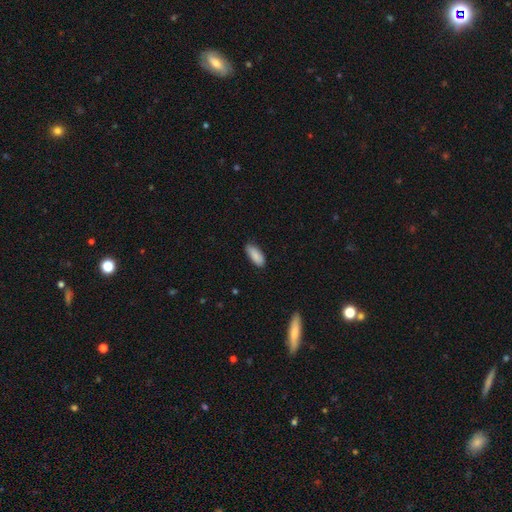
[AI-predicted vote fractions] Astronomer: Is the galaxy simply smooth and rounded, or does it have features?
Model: smooth — 88%.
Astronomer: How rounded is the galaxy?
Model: in between — 81%.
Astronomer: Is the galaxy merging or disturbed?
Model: none — 81%.